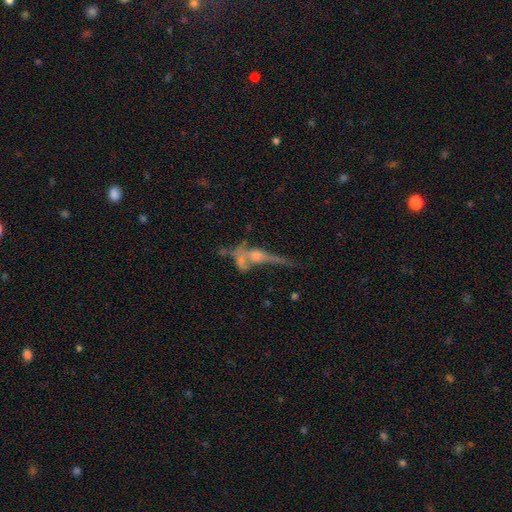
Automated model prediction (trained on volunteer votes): Smooth or featured: featured or disk — 59% (smooth — 21%)
Edge-on disk: yes — 60% (no — 40%)
Merging: merger — 32% (none — 31%)